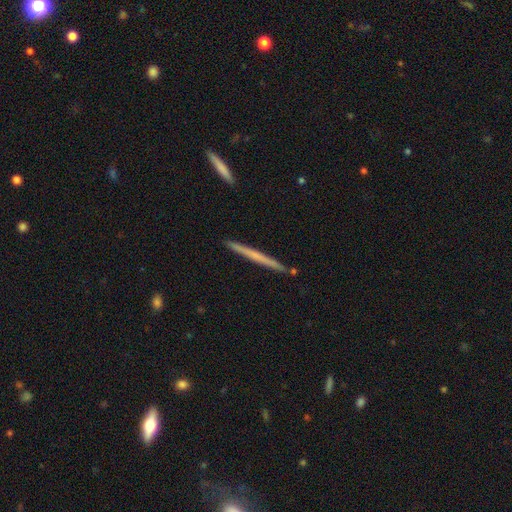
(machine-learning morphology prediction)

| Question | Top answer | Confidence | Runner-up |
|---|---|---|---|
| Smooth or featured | featured or disk | 48% | smooth (47%) |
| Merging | none | 90% | minor disturbance (7%) |